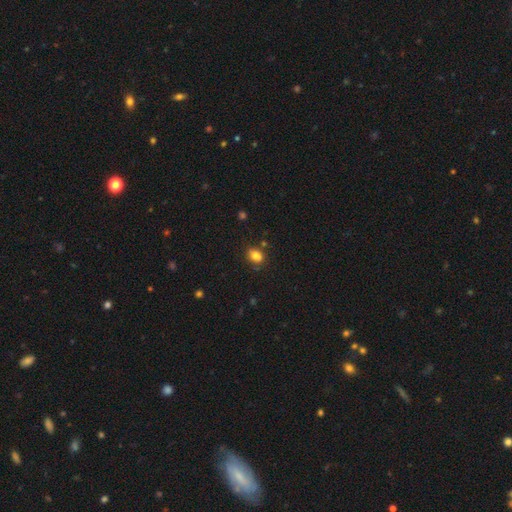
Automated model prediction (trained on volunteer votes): Smooth or featured? Predicted: smooth (p=0.82). How rounded? Predicted: in between (p=0.63). Merging? Predicted: none (p=0.75).